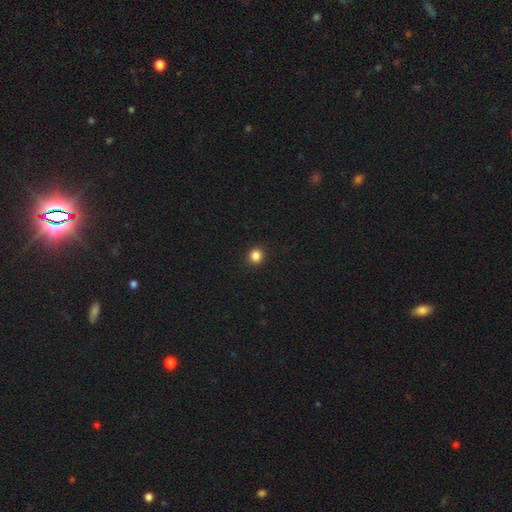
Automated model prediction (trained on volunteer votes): Smooth or featured: smooth — 85% (star or artifact — 12%)
How rounded: round — 82% (in between — 17%)
Merging: none — 92% (minor disturbance — 6%)